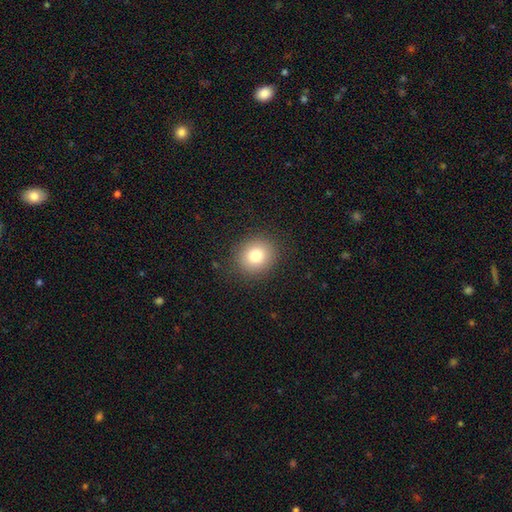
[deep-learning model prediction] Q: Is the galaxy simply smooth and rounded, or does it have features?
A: smooth — 80%.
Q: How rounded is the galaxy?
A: round — 81%.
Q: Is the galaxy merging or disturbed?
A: none — 89%.